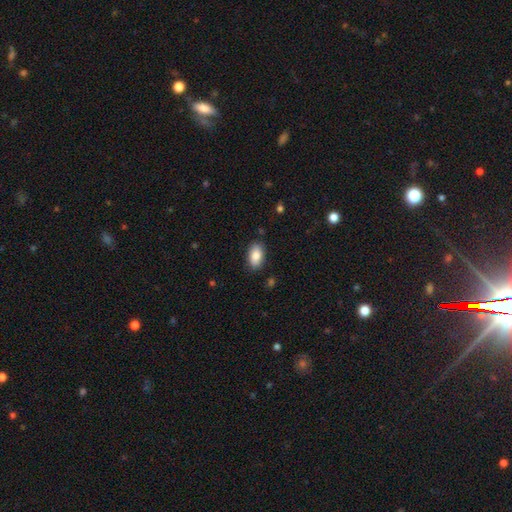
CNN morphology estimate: This is clearly a smooth galaxy (85%). How rounded: clearly in between (92%). Merging: clearly none (85%).